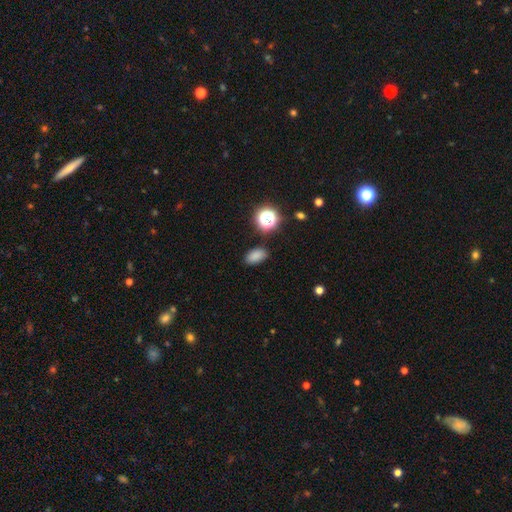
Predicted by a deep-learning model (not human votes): Smooth or featured?
  - smooth: 81% *
  - star or artifact: 15%
  - featured or disk: 5%
How rounded?
  - in between: 86% *
  - round: 12%
  - cigar-shaped: 2%
Merging?
  - none: 84% *
  - minor disturbance: 11%
  - major disturbance: 3%
  - merger: 2%